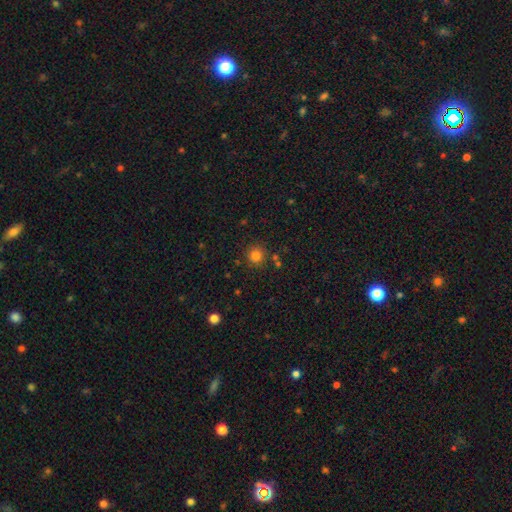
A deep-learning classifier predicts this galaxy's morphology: The model was most divided on "smooth or featured": smooth: 81%, star or artifact: 14%, featured or disk: 5%. More confident: how rounded — round (93%); merging — none (85%).